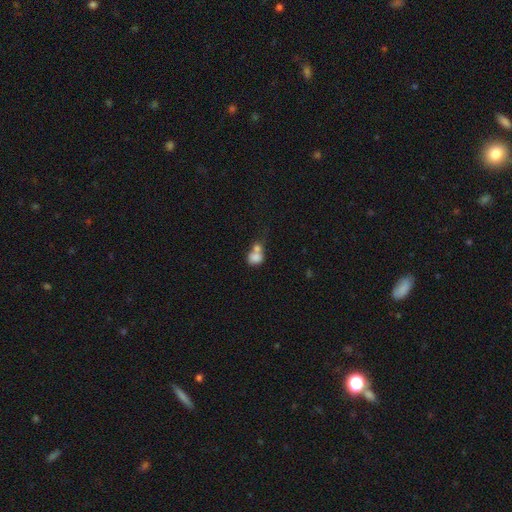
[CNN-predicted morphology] Q: Smooth or featured?
A: smooth (76%); runner-up: featured or disk (14%)
Q: How rounded?
A: round (60%); runner-up: in between (39%)
Q: Merging?
A: merger (64%); runner-up: none (22%)